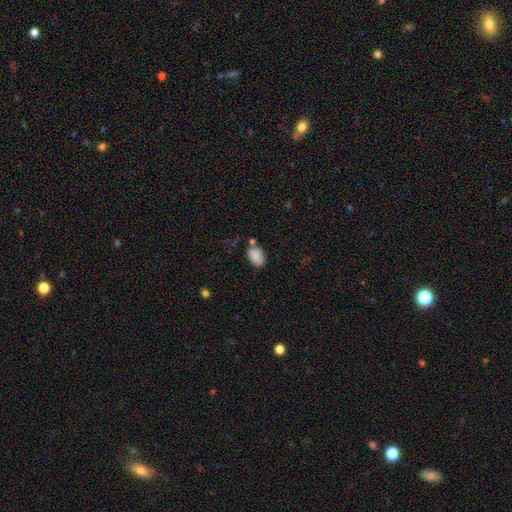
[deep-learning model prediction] smooth 82%, featured or disk 10%, star or artifact 8%. Down the decision tree: how rounded — in between (82%); merging — none (60%).